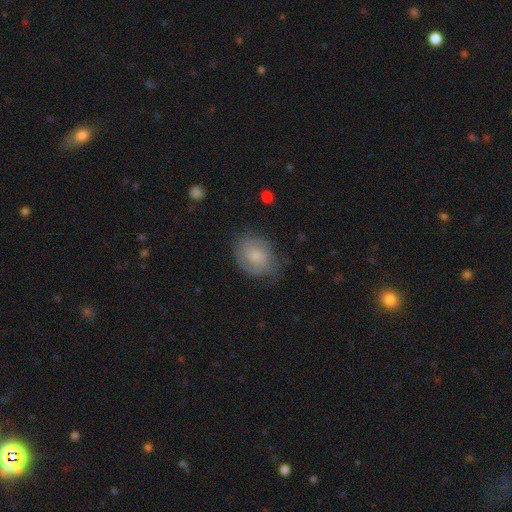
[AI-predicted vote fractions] Morphology: type=featured or disk (55%); edge-on=no (97%); bar=no (68%); spiral arms=yes (88%); bulge=small (45%); merging=none (68%).